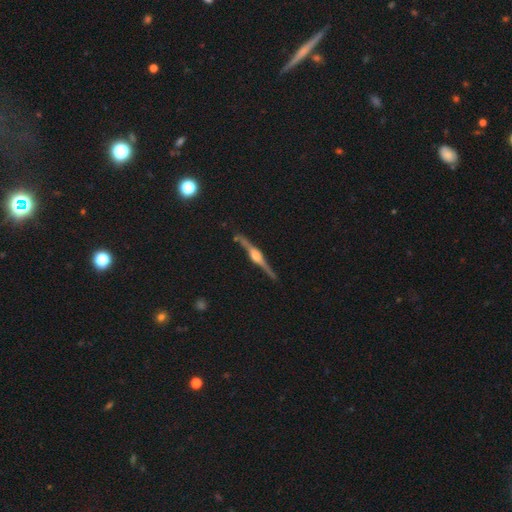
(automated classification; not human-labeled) Q: Smooth or featured?
A: featured or disk (87%); runner-up: smooth (8%)
Q: Edge-on disk?
A: yes (98%); runner-up: no (2%)
Q: Edge-on bulge?
A: rounded (87%); runner-up: boxy (10%)
Q: Merging?
A: none (88%); runner-up: minor disturbance (9%)